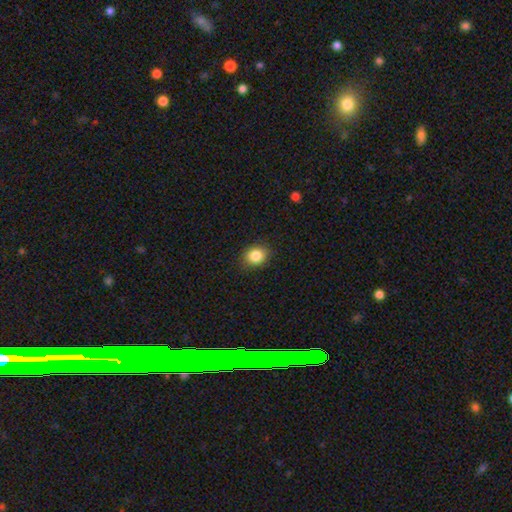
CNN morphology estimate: A smooth galaxy with no disk features (85%) that is round (60%). Merging: none (86%).